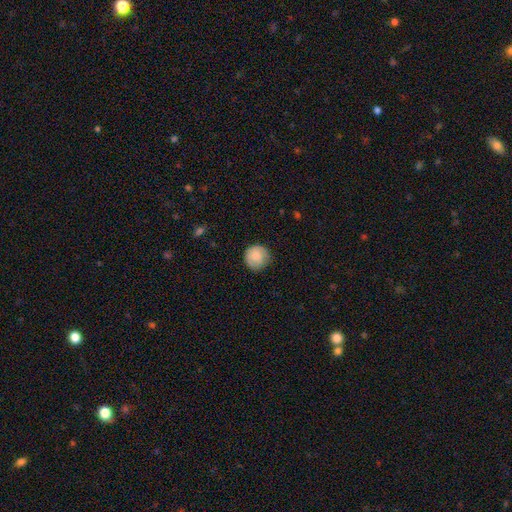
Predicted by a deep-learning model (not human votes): A smooth galaxy with no disk features (86%) that is round (94%). Merging: none (83%).